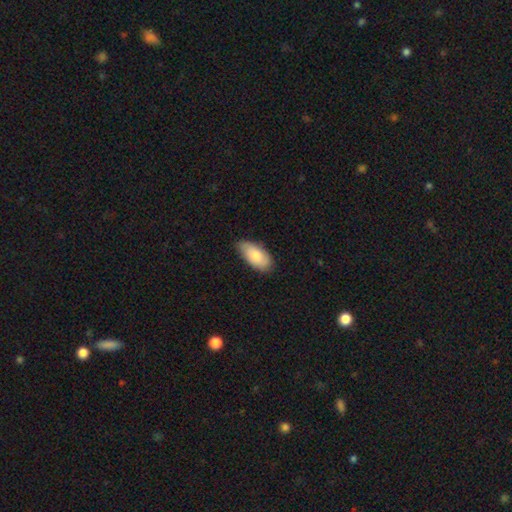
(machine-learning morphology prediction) Smooth or featured: smooth — 77% (featured or disk — 18%)
How rounded: in between — 93% (cigar-shaped — 4%)
Merging: none — 74% (minor disturbance — 22%)